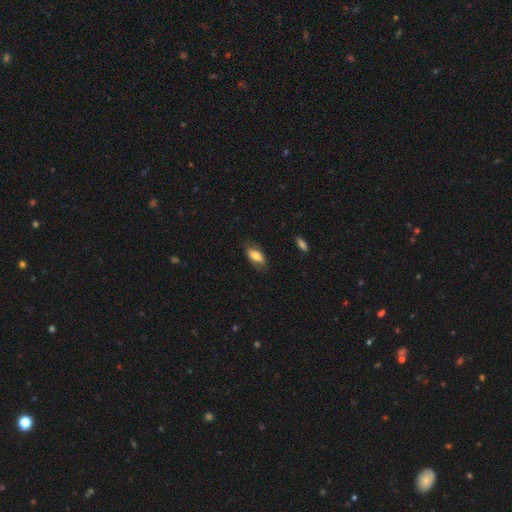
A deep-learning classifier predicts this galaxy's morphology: Smooth or featured? Predicted: smooth (p=0.68). How rounded? Predicted: in between (p=0.86). Merging? Predicted: none (p=0.74).